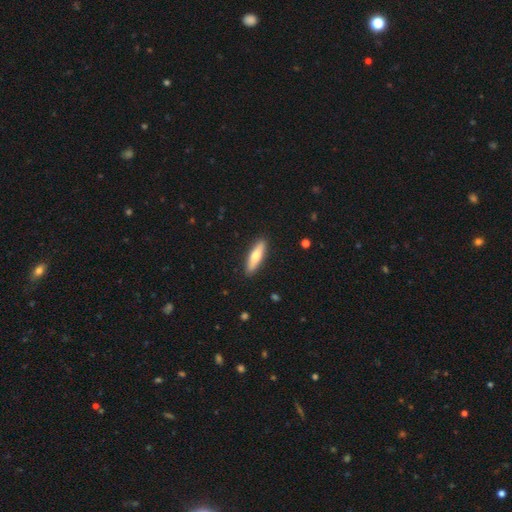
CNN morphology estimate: smooth-or-featured: smooth: 62% | featured or disk: 32% | star or artifact: 5%
  how-rounded: cigar-shaped: 70% | in between: 28% | round: 2%
  merging: none: 90% | minor disturbance: 7% | major disturbance: 2% | merger: 1%